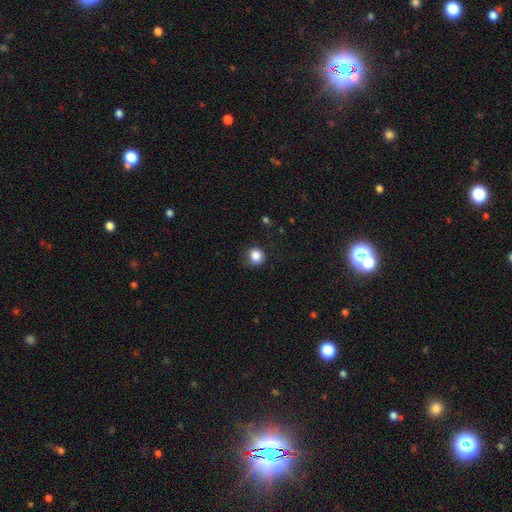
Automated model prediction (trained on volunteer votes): smooth-or-featured: smooth: 85% | star or artifact: 10% | featured or disk: 4%
  how-rounded: round: 83% | in between: 16% | cigar-shaped: 1%
  merging: none: 80% | minor disturbance: 14% | major disturbance: 4% | merger: 1%